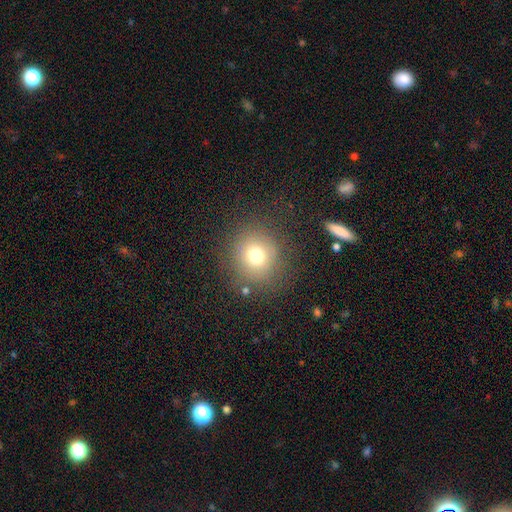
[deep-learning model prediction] Smooth or featured?
  - smooth: 72% *
  - star or artifact: 17%
  - featured or disk: 12%
How rounded?
  - round: 89% *
  - in between: 10%
  - cigar-shaped: 1%
Merging?
  - none: 82% *
  - minor disturbance: 10%
  - major disturbance: 6%
  - merger: 2%